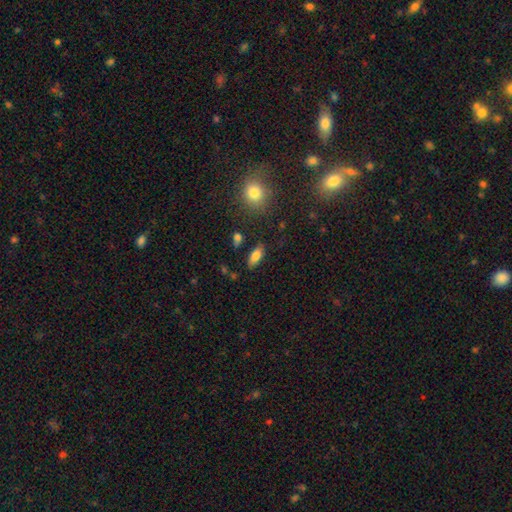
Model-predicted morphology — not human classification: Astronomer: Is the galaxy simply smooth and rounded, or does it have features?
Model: smooth — 81%.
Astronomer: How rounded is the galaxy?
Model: in between — 84%.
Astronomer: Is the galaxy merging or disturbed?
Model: none — 81%.